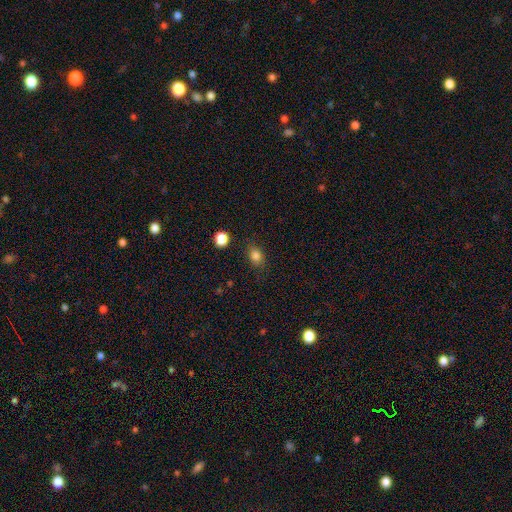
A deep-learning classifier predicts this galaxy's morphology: The model was most divided on "how rounded": in between: 60%, round: 39%, cigar-shaped: 2%. More confident: smooth or featured — smooth (82%); merging — none (81%).